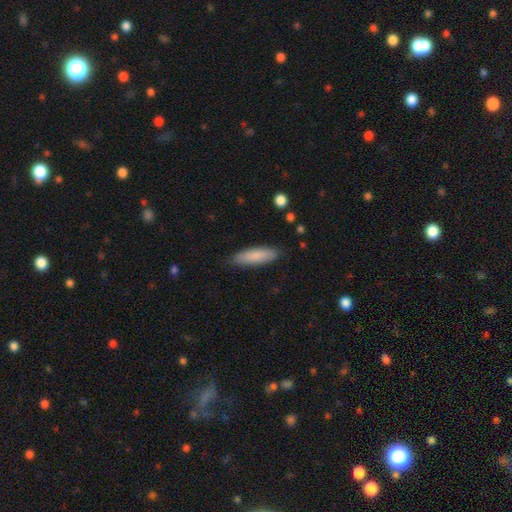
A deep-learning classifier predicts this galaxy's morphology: This appears to be a smooth galaxy with no disk features (84%) that is cigar-shaped (59%). Merging: none (85%).